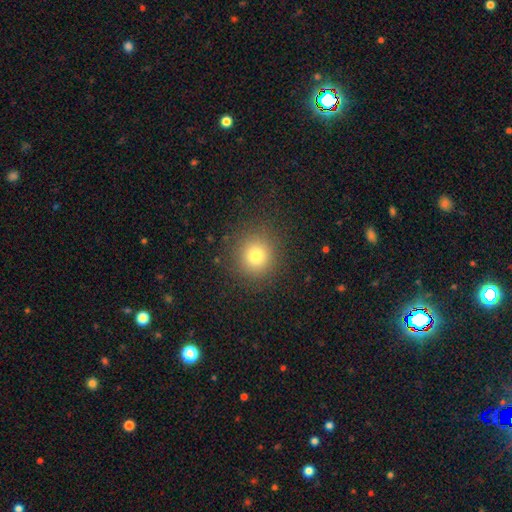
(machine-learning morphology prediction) Smooth or featured?
  - smooth: 77% *
  - star or artifact: 15%
  - featured or disk: 9%
How rounded?
  - round: 90% *
  - in between: 9%
  - cigar-shaped: 1%
Merging?
  - none: 88% *
  - minor disturbance: 7%
  - major disturbance: 3%
  - merger: 1%